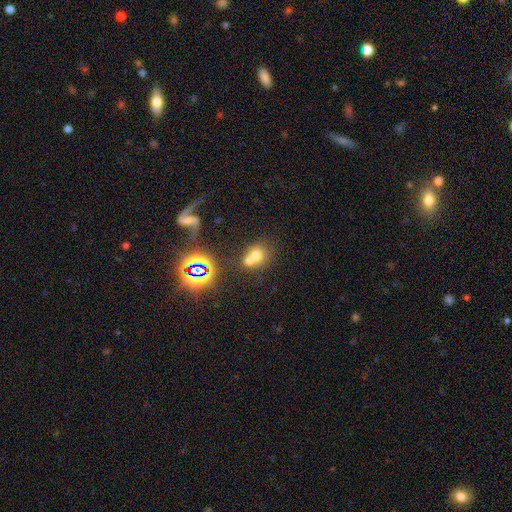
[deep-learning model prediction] A smooth galaxy with no disk features (63%) that is round (73%). Merging: merger (55%).